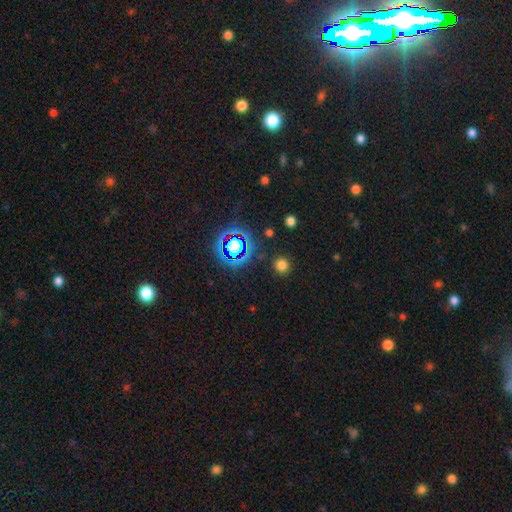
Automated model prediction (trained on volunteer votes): A star or artifact, not a galaxy (77%).